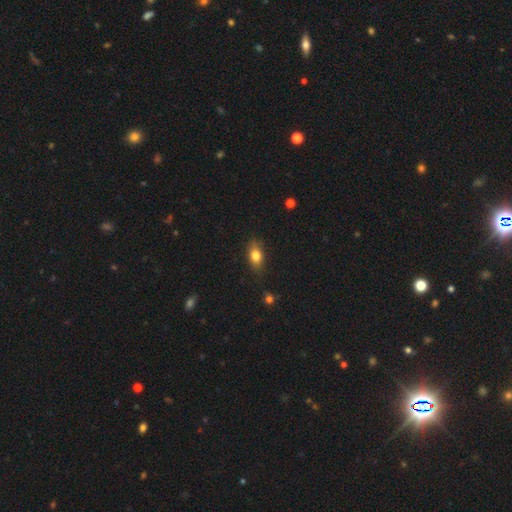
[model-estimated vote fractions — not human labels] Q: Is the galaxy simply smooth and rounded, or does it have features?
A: smooth — 79%.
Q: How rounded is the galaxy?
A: in between — 80%.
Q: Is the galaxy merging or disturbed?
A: none — 79%.